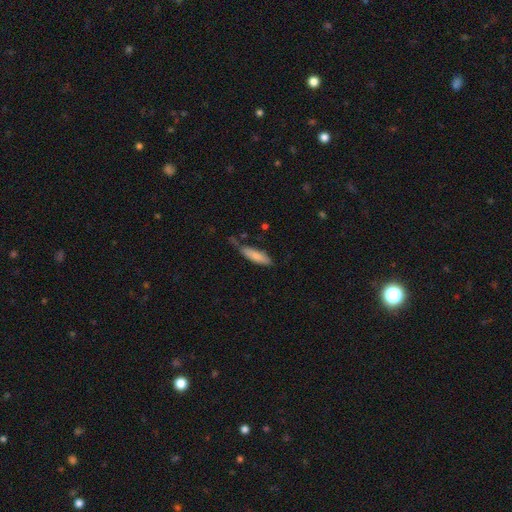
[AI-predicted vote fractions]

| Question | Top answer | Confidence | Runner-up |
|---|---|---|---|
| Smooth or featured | smooth | 81% | featured or disk (13%) |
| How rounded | cigar-shaped | 64% | in between (34%) |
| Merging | none | 55% | minor disturbance (30%) |